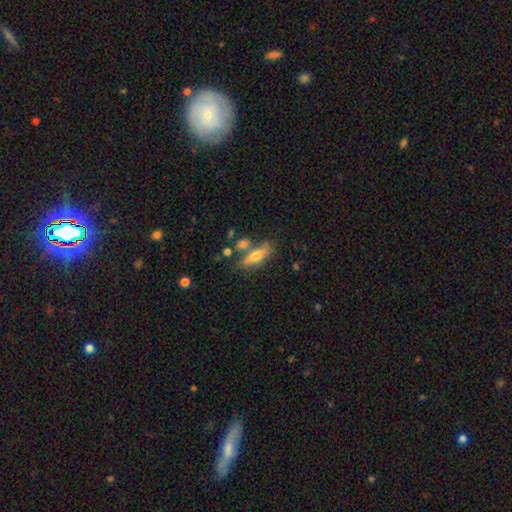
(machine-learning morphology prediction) Overall: smooth (60%; featured or disk 32%). How rounded: in between (49%; cigar-shaped 48%). Merging: none (63%).